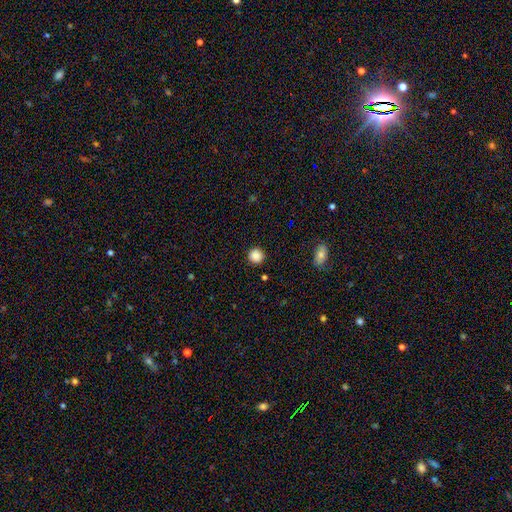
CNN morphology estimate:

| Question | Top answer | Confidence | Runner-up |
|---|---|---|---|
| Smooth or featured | smooth | 87% | star or artifact (10%) |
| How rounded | round | 93% | in between (6%) |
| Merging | none | 91% | minor disturbance (6%) |